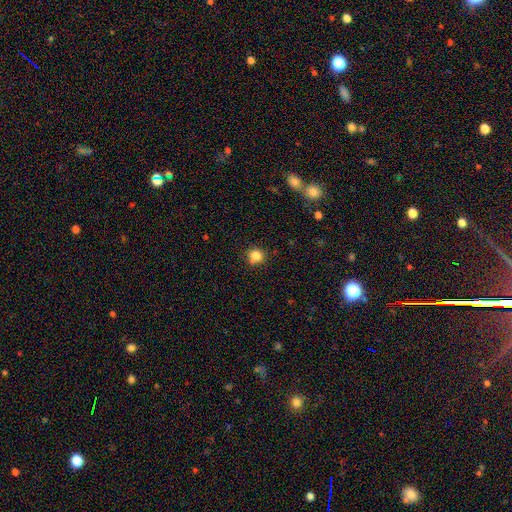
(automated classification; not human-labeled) Overall: smooth (83%). How rounded: round (85%). Merging: none (76%).